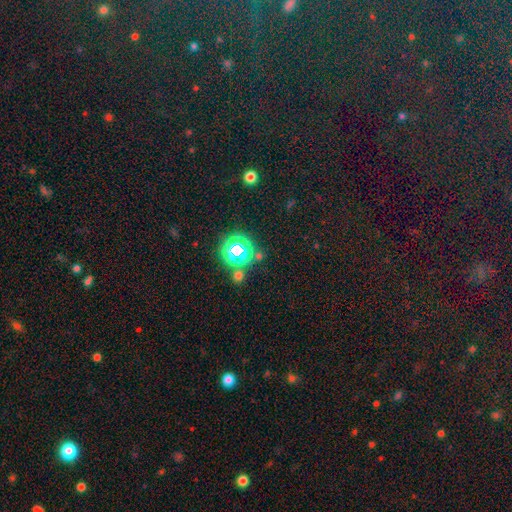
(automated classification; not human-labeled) Morphology: type=star or artifact (56%).